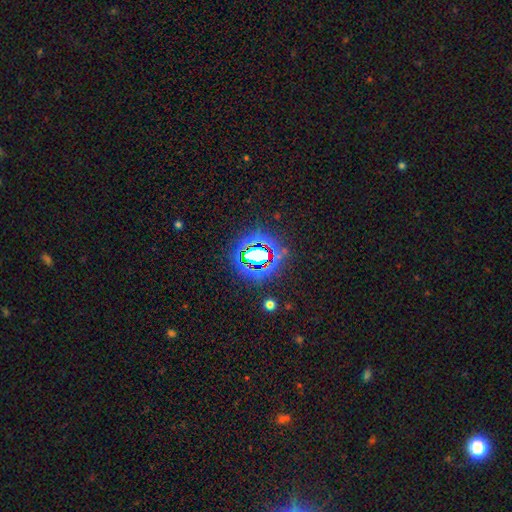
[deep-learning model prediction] A star or artifact, not a galaxy (79%).